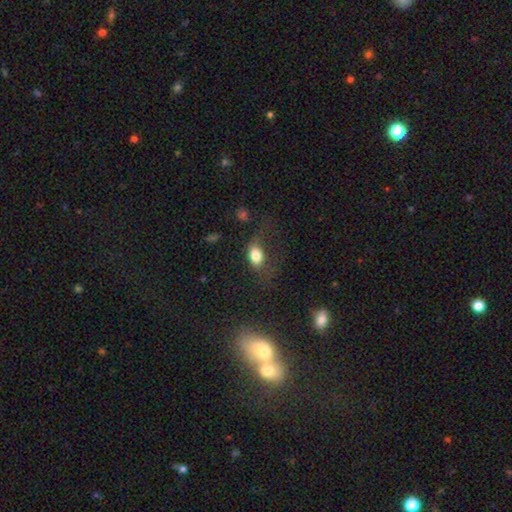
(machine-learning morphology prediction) Smooth or featured: smooth — 78% (featured or disk — 12%)
How rounded: in between — 78% (round — 20%)
Merging: none — 39% (major disturbance — 34%)